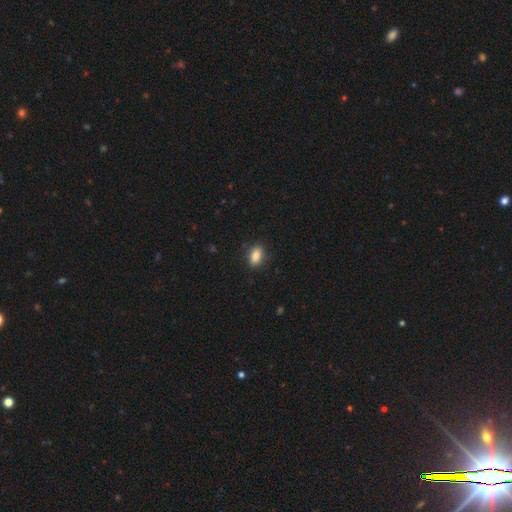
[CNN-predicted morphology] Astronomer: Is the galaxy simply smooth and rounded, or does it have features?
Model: smooth — 86%.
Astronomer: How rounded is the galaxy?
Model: in between — 87%.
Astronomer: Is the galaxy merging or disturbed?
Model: none — 86%.